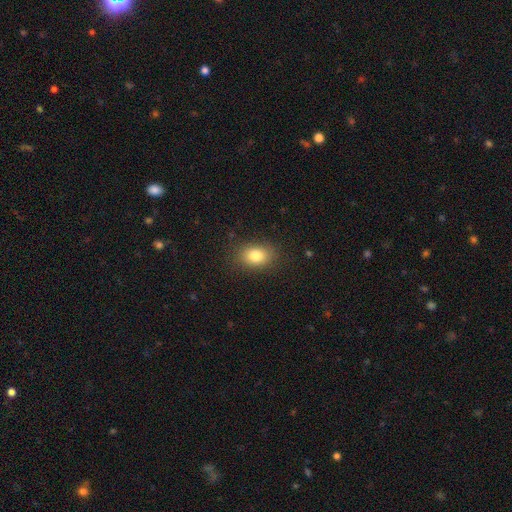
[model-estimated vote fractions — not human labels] smooth 82%, star or artifact 10%, featured or disk 8%. Down the decision tree: how rounded — in between (72%); merging — none (85%).